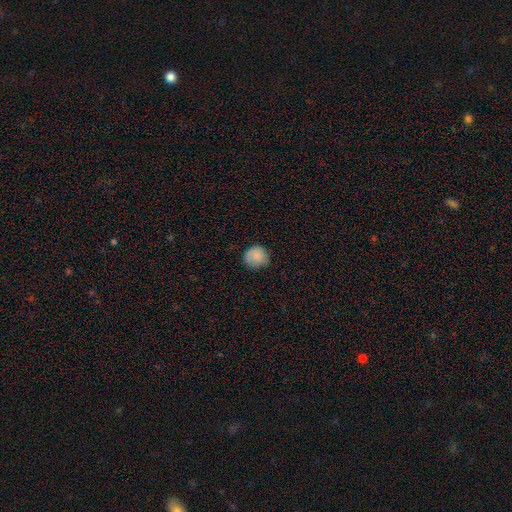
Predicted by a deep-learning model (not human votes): Smooth or featured: smooth — 85% (star or artifact — 8%)
How rounded: round — 90% (in between — 9%)
Merging: none — 78% (minor disturbance — 17%)